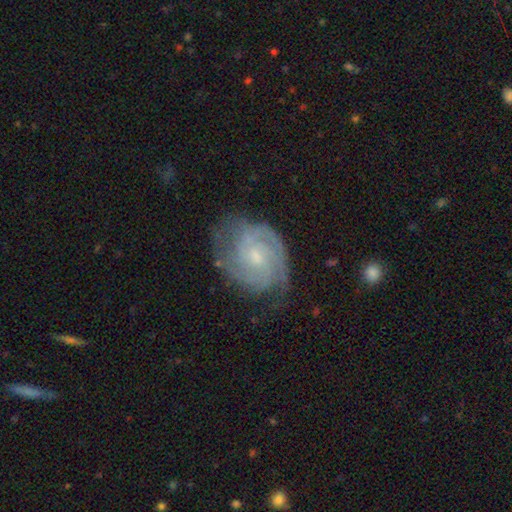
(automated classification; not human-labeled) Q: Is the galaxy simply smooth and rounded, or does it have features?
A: featured or disk — 83%.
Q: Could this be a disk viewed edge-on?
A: no — 97%.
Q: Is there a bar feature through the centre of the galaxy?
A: no — 60%.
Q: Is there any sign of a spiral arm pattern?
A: yes — 96%.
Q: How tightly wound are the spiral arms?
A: tight — 63%.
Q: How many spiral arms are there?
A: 2 — 38%.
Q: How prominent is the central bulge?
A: small — 58%.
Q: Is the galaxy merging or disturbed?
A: none — 69%.